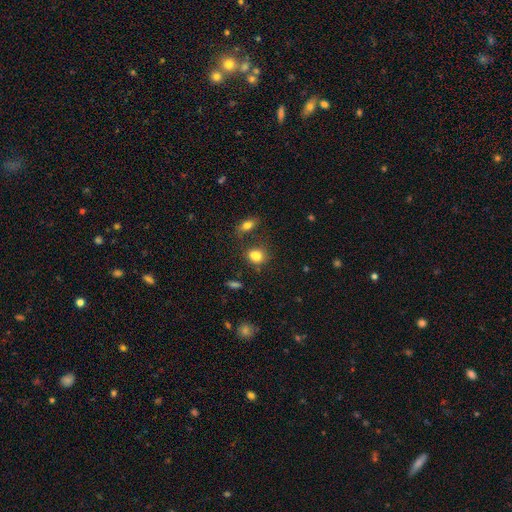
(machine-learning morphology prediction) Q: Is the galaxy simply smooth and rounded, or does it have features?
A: smooth — 82%.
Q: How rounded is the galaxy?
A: in between — 55%.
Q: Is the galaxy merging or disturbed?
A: none — 65%.